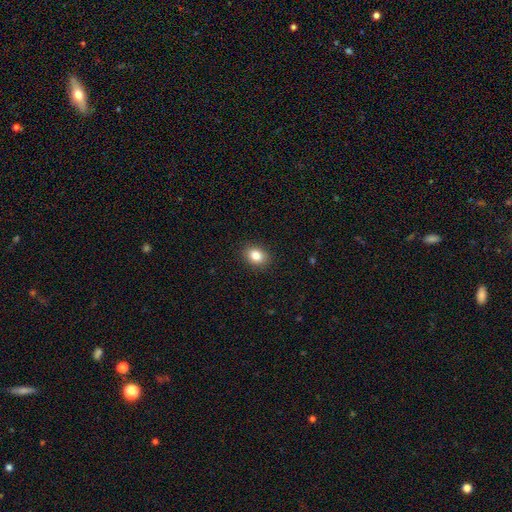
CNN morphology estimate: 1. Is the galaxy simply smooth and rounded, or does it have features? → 84% smooth, 9% star or artifact, 6% featured or disk.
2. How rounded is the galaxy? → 63% in between, 36% round, 1% cigar-shaped.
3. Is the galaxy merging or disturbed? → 90% none, 7% minor disturbance, 2% major disturbance, 1% merger.